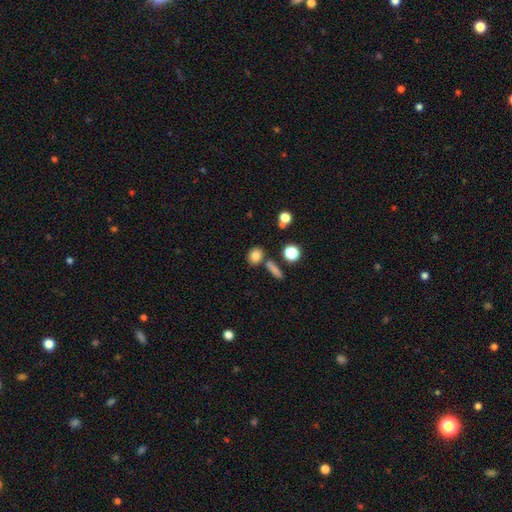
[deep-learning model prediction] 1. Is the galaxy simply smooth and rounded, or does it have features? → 82% smooth, 12% star or artifact, 7% featured or disk.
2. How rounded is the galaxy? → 59% round, 39% in between, 3% cigar-shaped.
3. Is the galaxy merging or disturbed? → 73% none, 13% merger, 11% minor disturbance, 4% major disturbance.